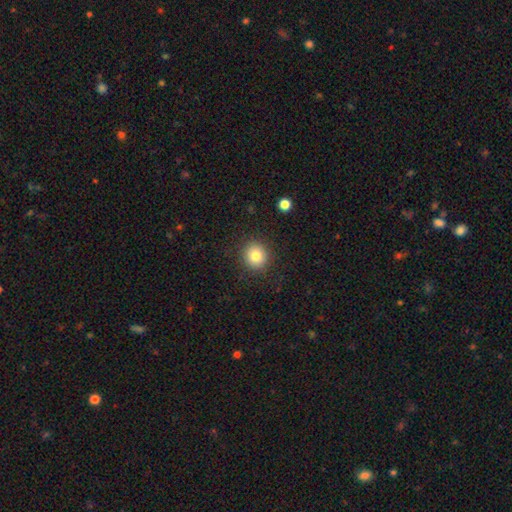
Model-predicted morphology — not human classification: This is clearly a smooth galaxy (80%). How rounded: clearly round (88%). Merging: clearly none (90%).